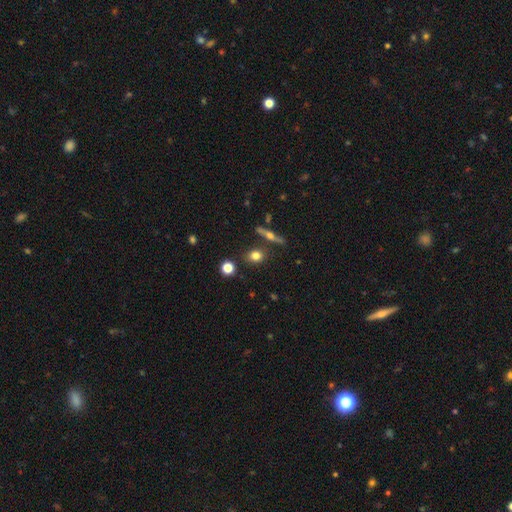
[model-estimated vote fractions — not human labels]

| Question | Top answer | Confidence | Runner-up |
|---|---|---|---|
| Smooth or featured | smooth | 74% | featured or disk (15%) |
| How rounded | round | 61% | in between (34%) |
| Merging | none | 80% | minor disturbance (10%) |